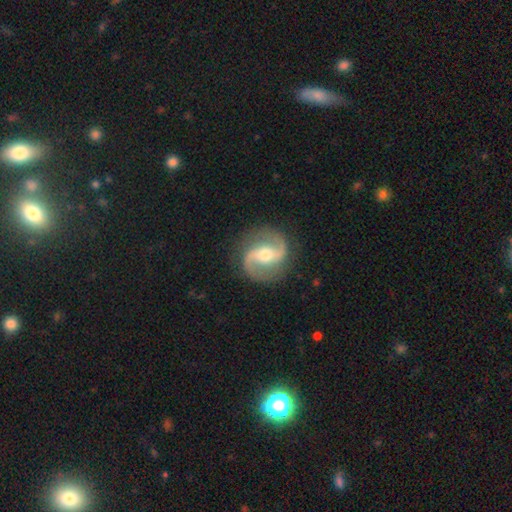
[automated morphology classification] Smooth or featured?
  - featured or disk: 88% *
  - star or artifact: 6%
  - smooth: 6%
Edge-on disk?
  - no: 98% *
  - yes: 2%
Bar?
  - weak: 40% *
  - strong: 33%
  - no: 27%
Spiral arms?
  - yes: 97% *
  - no: 3%
Spiral winding?
  - medium: 52% *
  - loose: 29%
  - tight: 19%
Spiral arm count?
  - 2: 94% *
  - can't tell: 2%
  - 1: 1%
  - 3: 1%
  - 4: 1%
  - more than 4: 1%
Bulge size?
  - moderate: 69% *
  - small: 23%
  - large: 5%
  - none: 1%
  - dominant: 1%
Merging?
  - none: 88% *
  - minor disturbance: 8%
  - major disturbance: 3%
  - merger: 1%